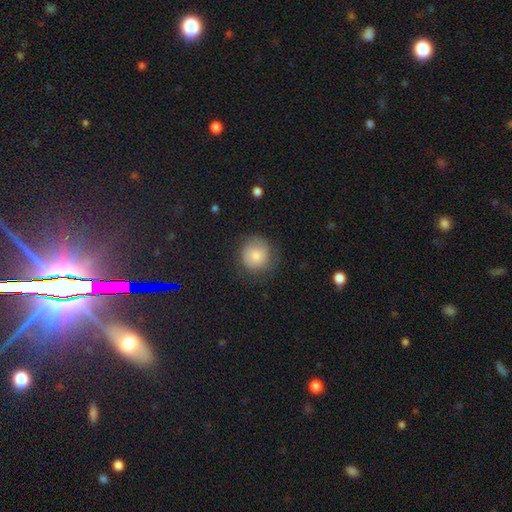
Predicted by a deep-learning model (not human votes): Q: Smooth or featured?
A: smooth (74%); runner-up: featured or disk (17%)
Q: How rounded?
A: round (90%); runner-up: in between (9%)
Q: Merging?
A: none (71%); runner-up: minor disturbance (20%)